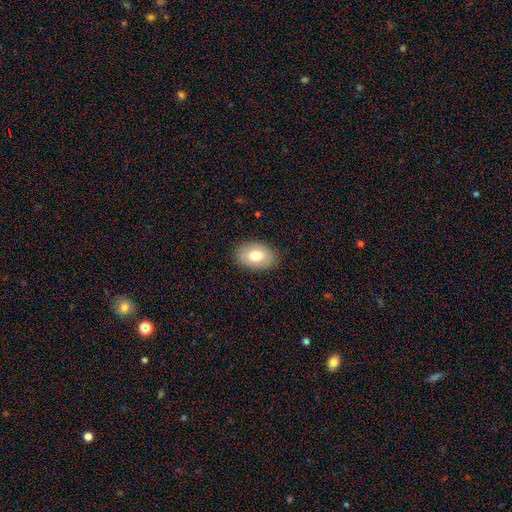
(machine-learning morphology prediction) This is likely a smooth galaxy (76%). How rounded: clearly in between (87%). Merging: clearly none (87%).